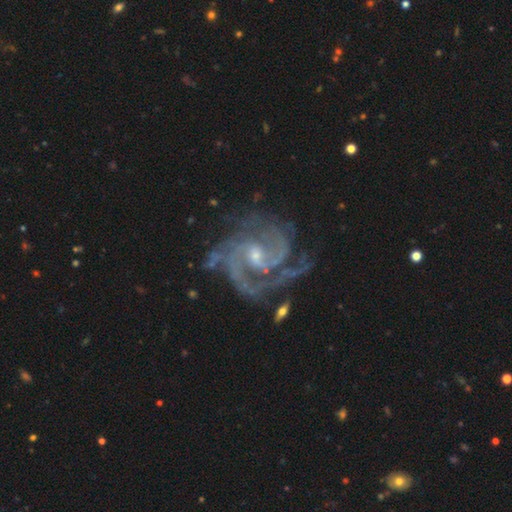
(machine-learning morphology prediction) Q: Smooth or featured?
A: featured or disk (92%); runner-up: star or artifact (5%)
Q: Edge-on disk?
A: no (98%); runner-up: yes (2%)
Q: Bar?
A: weak (48%); runner-up: no (37%)
Q: Spiral arms?
A: yes (98%); runner-up: no (2%)
Q: Spiral winding?
A: tight (51%); runner-up: medium (43%)
Q: Spiral arm count?
A: 3 (35%); runner-up: 2 (27%)
Q: Bulge size?
A: small (58%); runner-up: moderate (37%)
Q: Merging?
A: none (66%); runner-up: minor disturbance (19%)